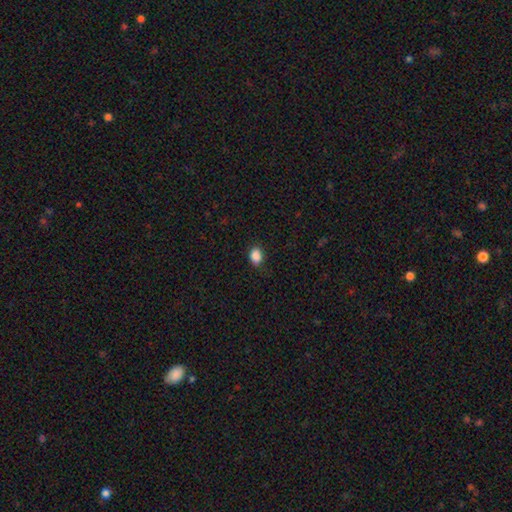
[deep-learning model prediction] A smooth galaxy with no disk features (88%) that is in between round and cigar-shaped (69%). Merging: none (83%).